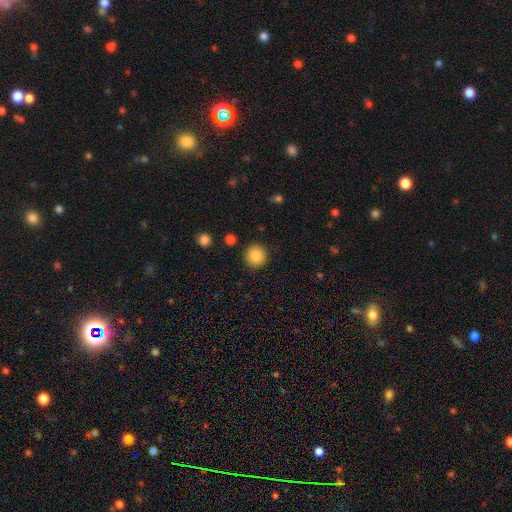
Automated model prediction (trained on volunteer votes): The model was most divided on "smooth or featured": smooth: 85%, star or artifact: 9%, featured or disk: 6%. More confident: how rounded — round (94%); merging — none (91%).